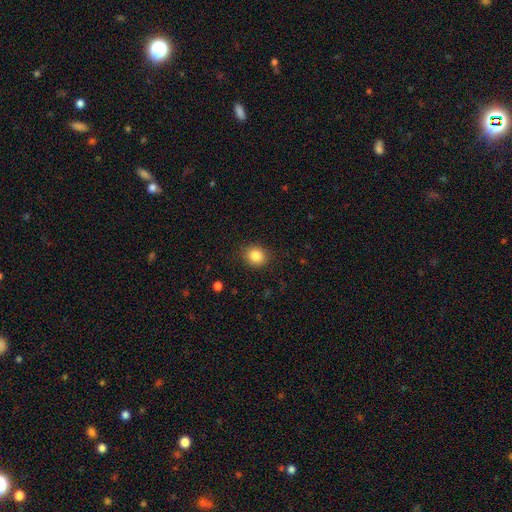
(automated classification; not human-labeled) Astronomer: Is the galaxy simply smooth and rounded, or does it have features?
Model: smooth — 85%.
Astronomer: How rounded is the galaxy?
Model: round — 77%.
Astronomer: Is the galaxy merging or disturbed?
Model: none — 88%.